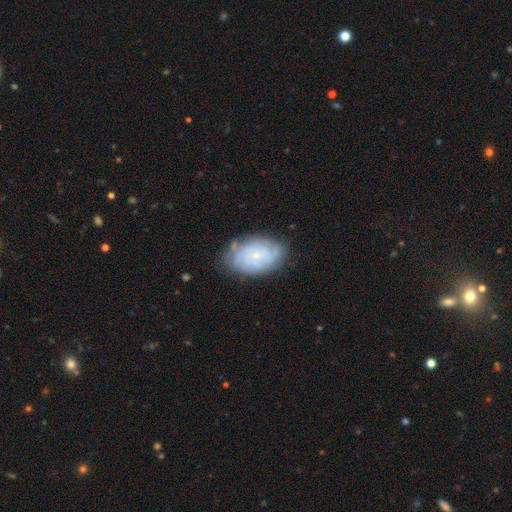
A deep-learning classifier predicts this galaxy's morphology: Smooth or featured? Predicted: featured or disk (p=0.56). Edge-on disk? Predicted: no (p=0.96). Bar? Predicted: no (p=0.78). Spiral arms? Predicted: yes (p=0.80). Bulge size? Predicted: small (p=0.78). Merging? Predicted: none (p=0.74).